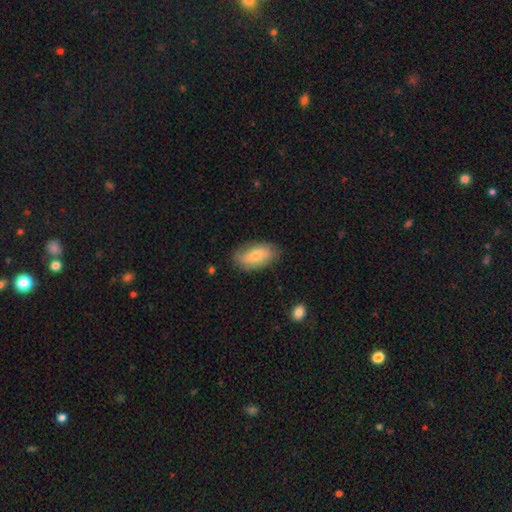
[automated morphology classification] smooth 57%, featured or disk 36%, star or artifact 7%. Down the decision tree: how rounded — in between (91%); merging — none (78%).